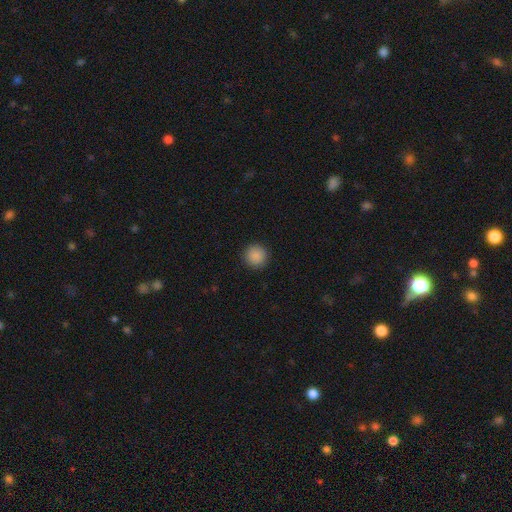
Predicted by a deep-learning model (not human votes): smooth 89%, star or artifact 9%, featured or disk 3%. Down the decision tree: how rounded — round (95%); merging — none (92%).